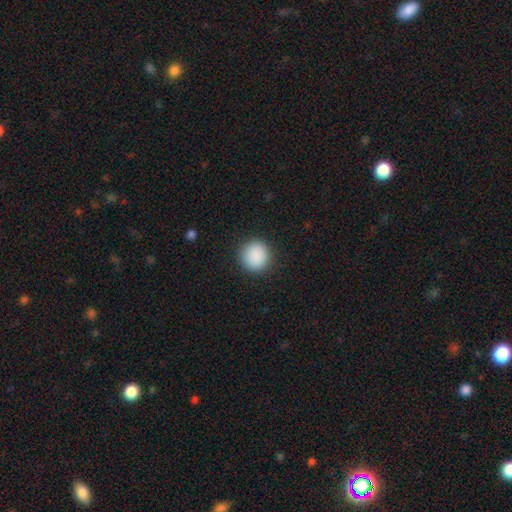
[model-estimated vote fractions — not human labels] This appears to be a smooth galaxy with no disk features (89%) that is round (93%). Merging: none (91%).